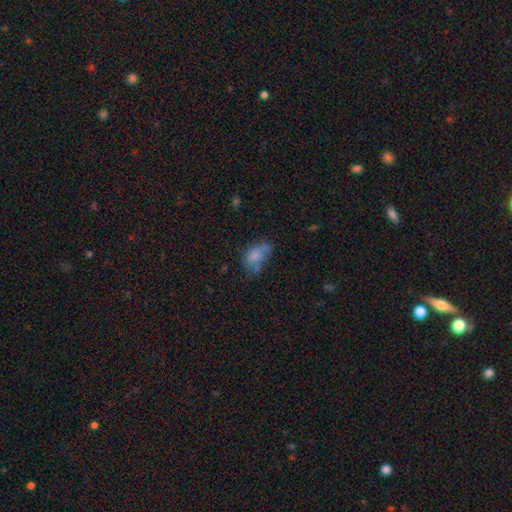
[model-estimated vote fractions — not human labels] Smooth or featured: smooth — 66% (featured or disk — 22%)
How rounded: in between — 86% (round — 11%)
Merging: none — 33% (minor disturbance — 29%)